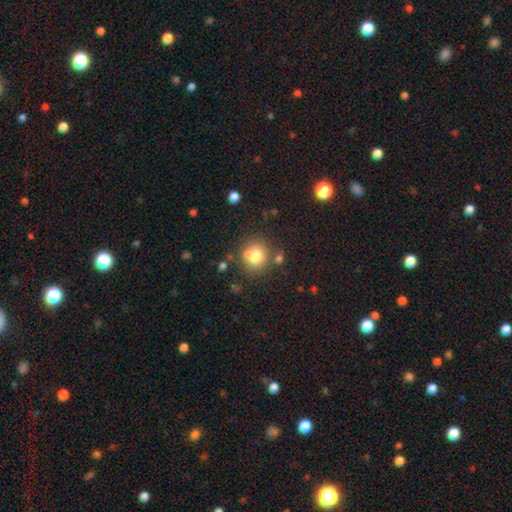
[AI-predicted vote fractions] This is likely a smooth galaxy (75%). How rounded: clearly round (87%). Merging: likely none (68%).